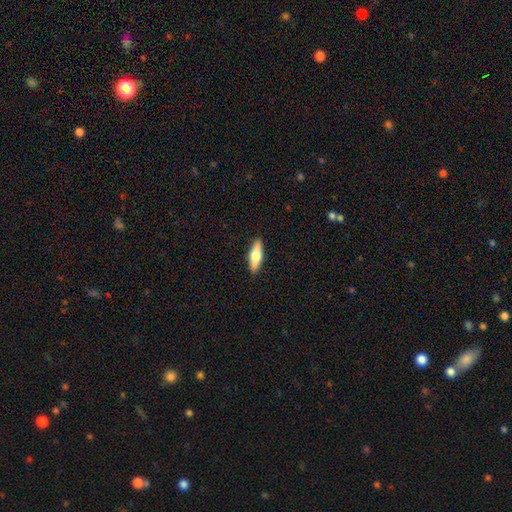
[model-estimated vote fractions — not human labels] A smooth galaxy with no disk features (55%) that is cigar-shaped (54%).

Vote fractions:
- Smooth or featured? smooth: 55% / featured or disk: 39% / star or artifact: 6%
- How rounded? cigar-shaped: 54% / in between: 43% / round: 3%
- Merging? none: 90% / minor disturbance: 7% / major disturbance: 2% / merger: 1%